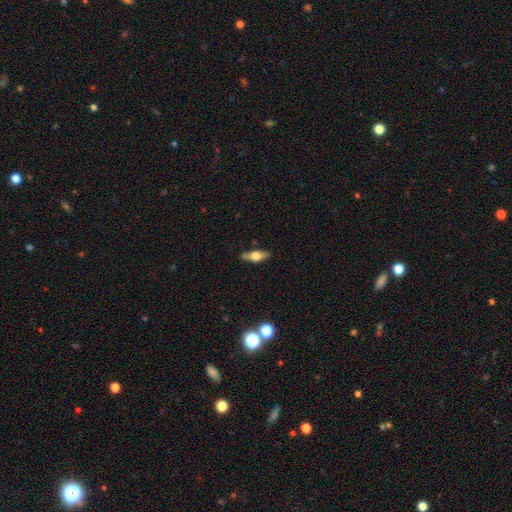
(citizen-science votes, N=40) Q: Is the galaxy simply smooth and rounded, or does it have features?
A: featured or disk — 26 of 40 (65%).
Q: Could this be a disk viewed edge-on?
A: yes — 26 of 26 (100%).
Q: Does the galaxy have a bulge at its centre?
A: rounded — 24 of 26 (92%).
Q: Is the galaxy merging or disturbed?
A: none — 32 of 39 (82%).